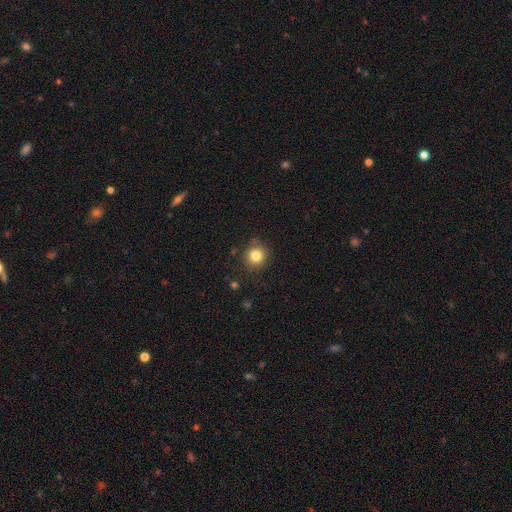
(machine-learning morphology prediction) The model was most divided on "smooth or featured": smooth: 83%, star or artifact: 11%, featured or disk: 6%. More confident: how rounded — round (90%); merging — none (85%).